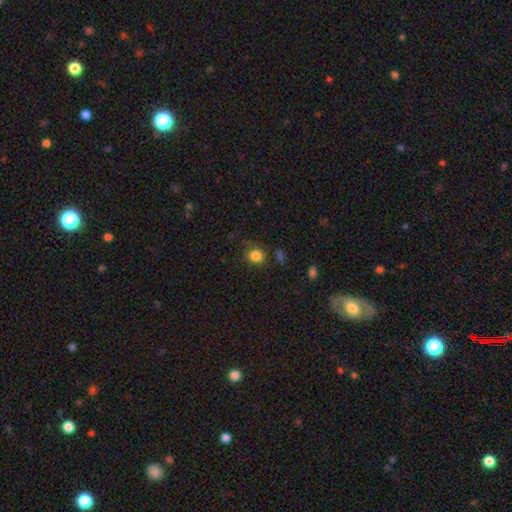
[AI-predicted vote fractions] smooth-or-featured: smooth: 83% | star or artifact: 12% | featured or disk: 5%
  how-rounded: round: 77% | in between: 22% | cigar-shaped: 1%
  merging: none: 75% | minor disturbance: 16% | major disturbance: 6% | merger: 3%